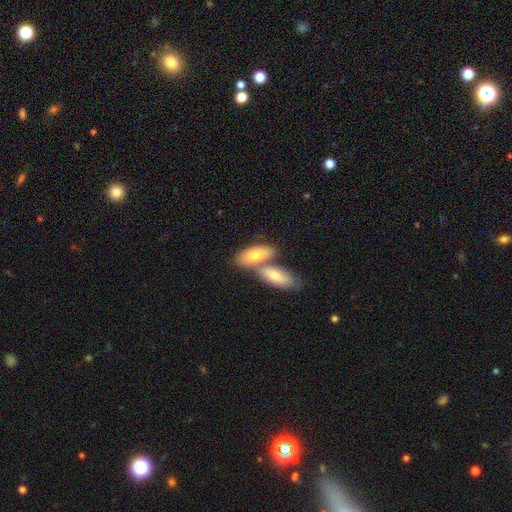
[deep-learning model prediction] The model was most divided on "merging": merger: 54%, none: 35%, minor disturbance: 8%, major disturbance: 3%. More confident: how rounded — in between (81%); smooth or featured — smooth (76%).